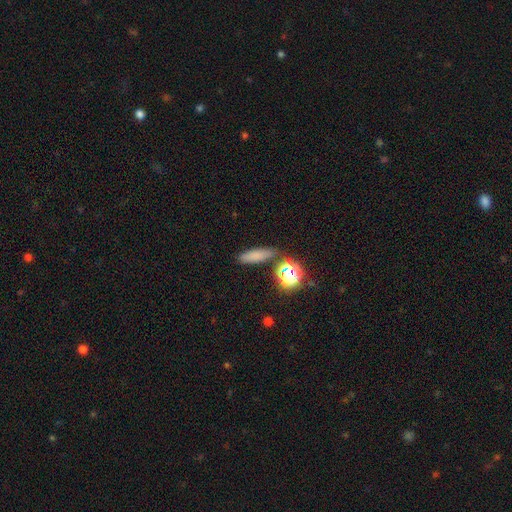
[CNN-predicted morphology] Q: Smooth or featured?
A: smooth (73%); runner-up: star or artifact (17%)
Q: How rounded?
A: cigar-shaped (61%); runner-up: in between (31%)
Q: Merging?
A: none (79%); runner-up: minor disturbance (11%)